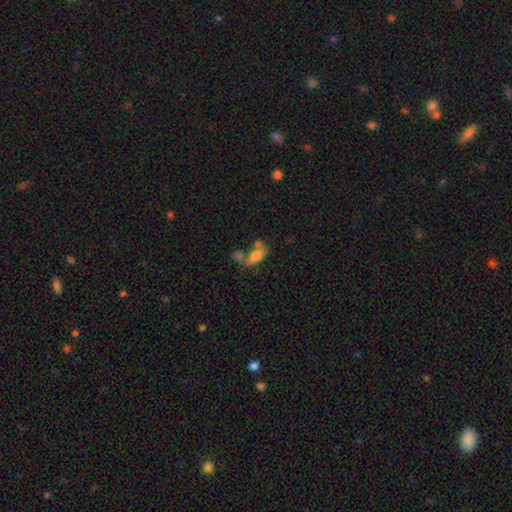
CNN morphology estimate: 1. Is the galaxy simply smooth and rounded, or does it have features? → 72% smooth, 18% featured or disk, 10% star or artifact.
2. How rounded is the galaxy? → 81% in between, 13% cigar-shaped, 6% round.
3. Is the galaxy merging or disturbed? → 40% merger, 33% none, 15% minor disturbance, 11% major disturbance.